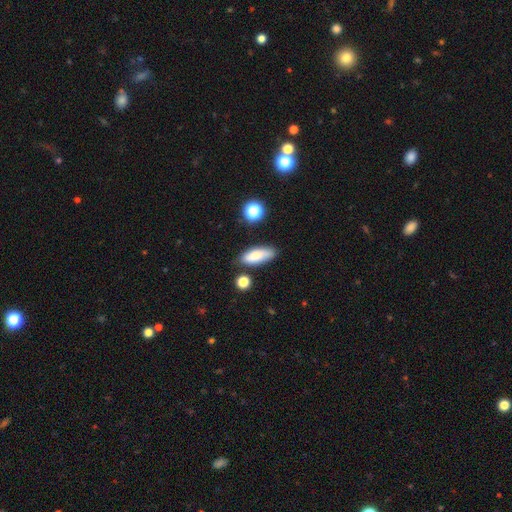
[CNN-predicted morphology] Smooth or featured?
  - smooth: 77% *
  - featured or disk: 15%
  - star or artifact: 8%
How rounded?
  - in between: 70% *
  - cigar-shaped: 27%
  - round: 3%
Merging?
  - none: 77% *
  - minor disturbance: 15%
  - merger: 5%
  - major disturbance: 3%